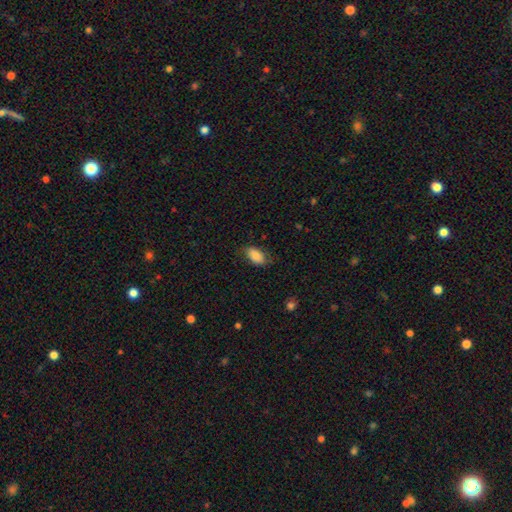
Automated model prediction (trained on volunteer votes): Smooth or featured: smooth — 81% (featured or disk — 12%)
How rounded: in between — 93% (round — 5%)
Merging: none — 67% (minor disturbance — 25%)